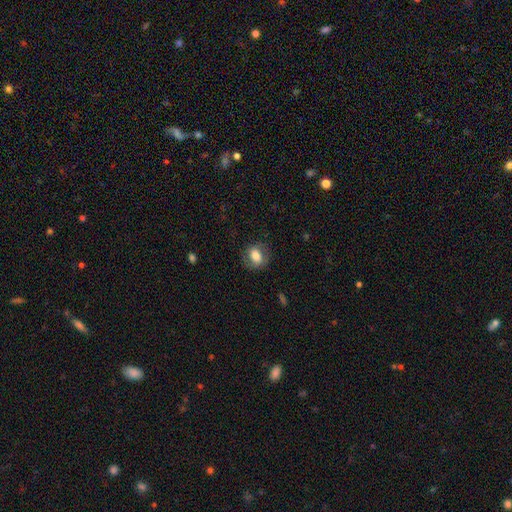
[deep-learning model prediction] Smooth or featured? Predicted: smooth (p=0.67). How rounded? Predicted: in between (p=0.50). Merging? Predicted: none (p=0.75).